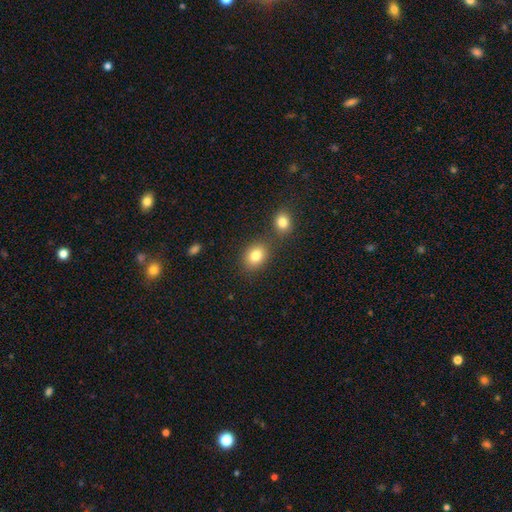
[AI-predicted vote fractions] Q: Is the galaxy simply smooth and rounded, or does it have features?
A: smooth — 82%.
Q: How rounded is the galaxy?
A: in between — 53%.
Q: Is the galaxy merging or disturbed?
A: none — 69%.